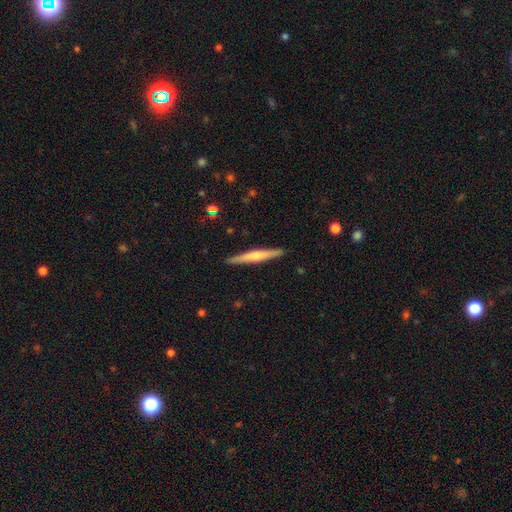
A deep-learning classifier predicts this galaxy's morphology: A featured or disk galaxy (53%) viewed edge-on (97%) with a rounded central bulge (64%). Merging: none (91%).